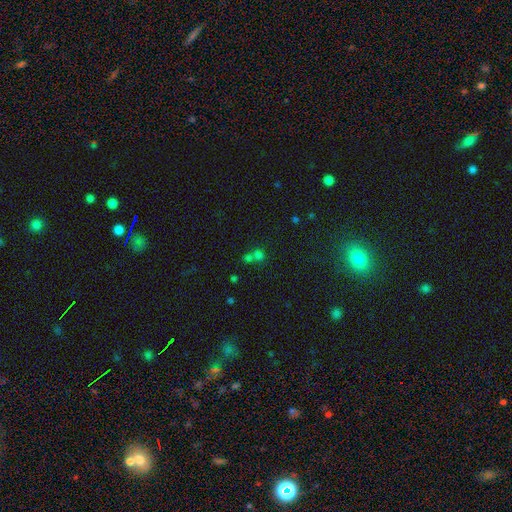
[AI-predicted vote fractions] Smooth or featured? smooth (60%)
How rounded? round (80%)
Merging? merger (48%)